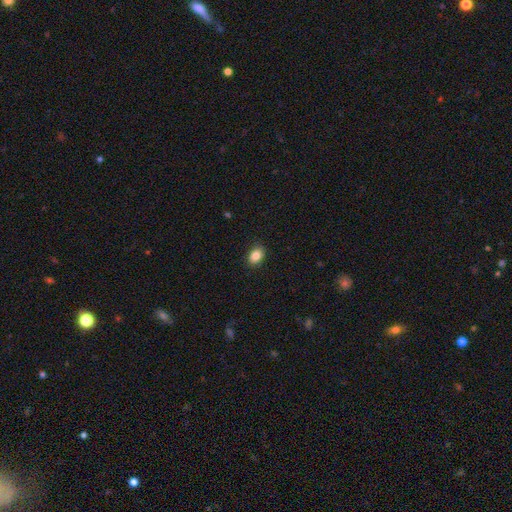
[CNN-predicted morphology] Q: Smooth or featured?
A: smooth (86%); runner-up: star or artifact (9%)
Q: How rounded?
A: in between (76%); runner-up: round (23%)
Q: Merging?
A: none (89%); runner-up: minor disturbance (8%)